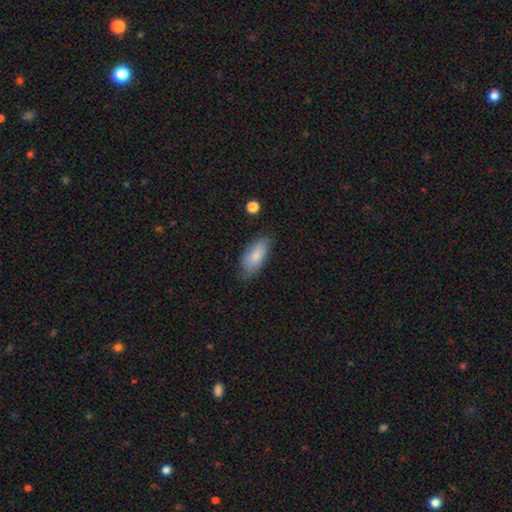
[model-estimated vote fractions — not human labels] Smooth or featured? smooth (83%)
How rounded? in between (85%)
Merging? none (73%)